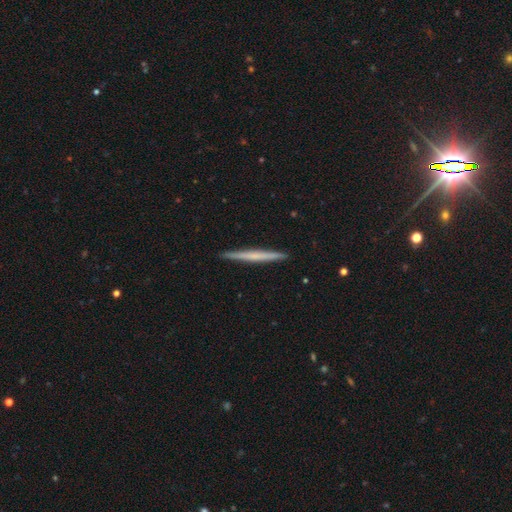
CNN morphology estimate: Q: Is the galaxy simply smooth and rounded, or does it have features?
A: featured or disk — 50%.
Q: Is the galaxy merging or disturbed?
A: none — 93%.